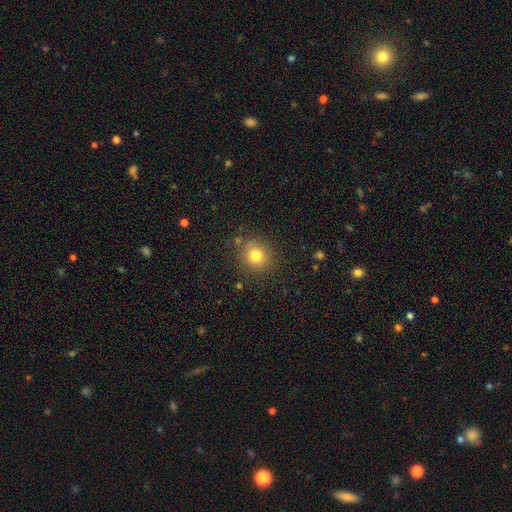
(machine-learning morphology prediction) This appears to be a smooth galaxy with no disk features (78%) that is round (85%). Merging: none (83%).